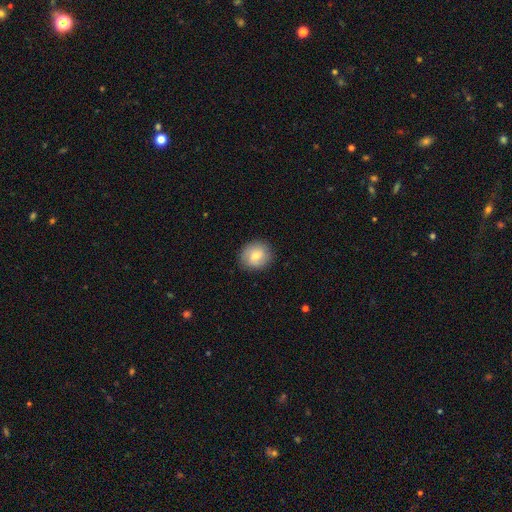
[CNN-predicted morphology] Smooth or featured? smooth (71%)
How rounded? round (79%)
Merging? none (87%)